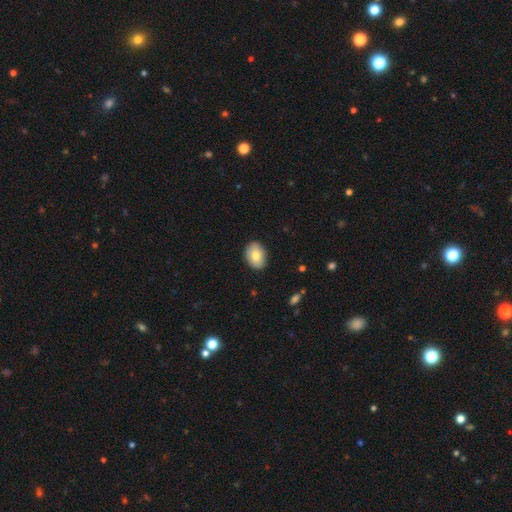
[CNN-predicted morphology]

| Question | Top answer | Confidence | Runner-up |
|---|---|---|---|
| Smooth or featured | smooth | 80% | featured or disk (13%) |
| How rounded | in between | 73% | round (26%) |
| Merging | none | 87% | minor disturbance (10%) |